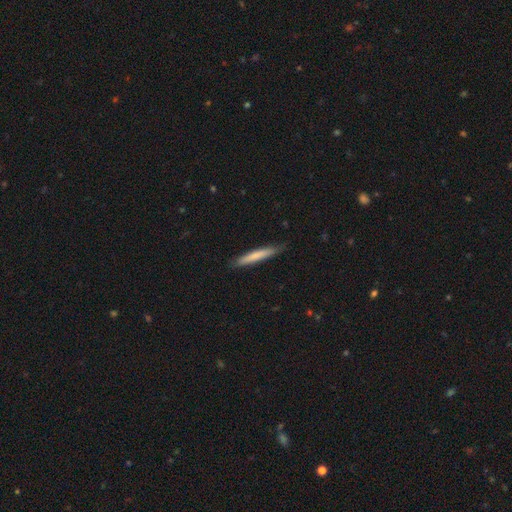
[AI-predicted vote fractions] Smooth or featured?
  - smooth: 70% *
  - featured or disk: 25%
  - star or artifact: 5%
How rounded?
  - cigar-shaped: 95% *
  - in between: 4%
  - round: 1%
Merging?
  - none: 84% *
  - minor disturbance: 13%
  - major disturbance: 2%
  - merger: 1%